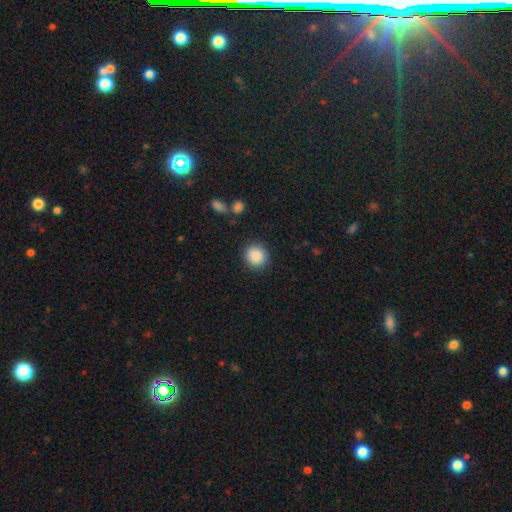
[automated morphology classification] Overall: smooth (89%). How rounded: round (89%). Merging: none (87%).